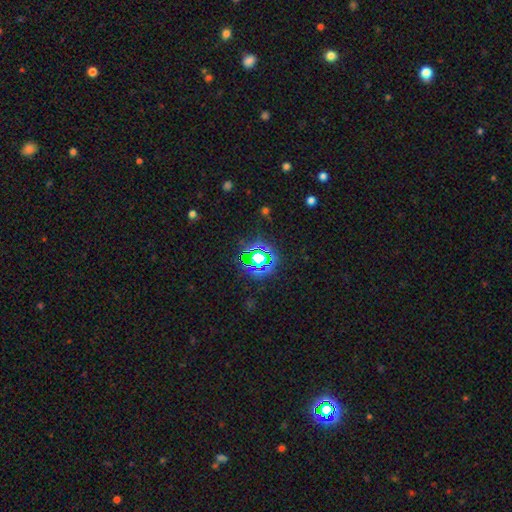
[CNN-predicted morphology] The model was most divided on "smooth or featured": star or artifact: 69%, smooth: 19%, featured or disk: 11%.